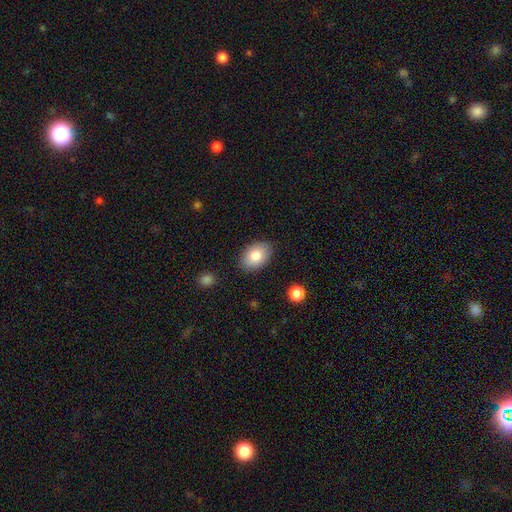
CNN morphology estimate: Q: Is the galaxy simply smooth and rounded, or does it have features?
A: smooth — 82%.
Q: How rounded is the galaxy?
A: in between — 85%.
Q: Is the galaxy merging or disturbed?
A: none — 86%.